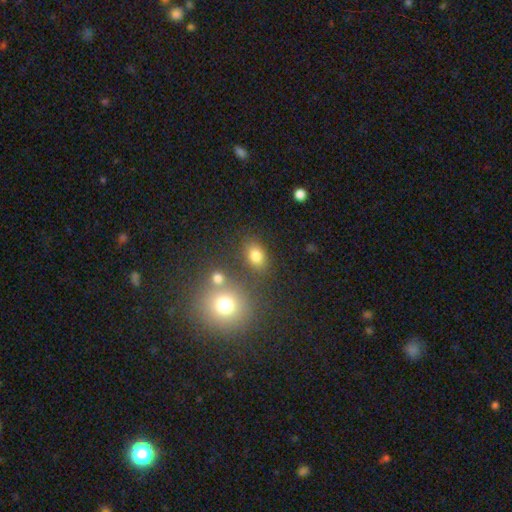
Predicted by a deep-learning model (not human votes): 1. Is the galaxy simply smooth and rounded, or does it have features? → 78% smooth, 13% star or artifact, 8% featured or disk.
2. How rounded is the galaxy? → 73% in between, 26% round, 2% cigar-shaped.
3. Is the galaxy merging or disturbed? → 76% none, 11% minor disturbance, 8% merger, 4% major disturbance.